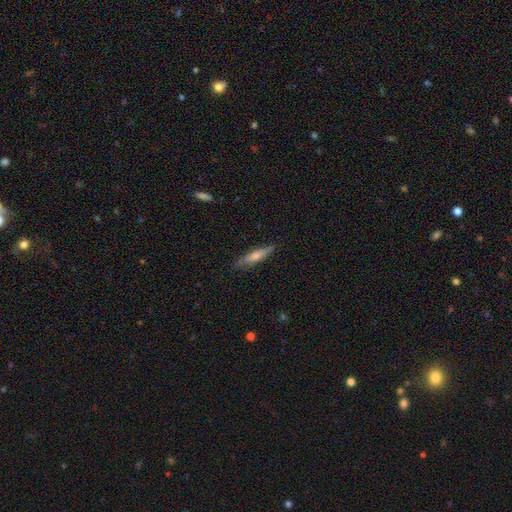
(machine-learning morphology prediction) Smooth or featured? featured or disk (47%)
Merging? none (86%)